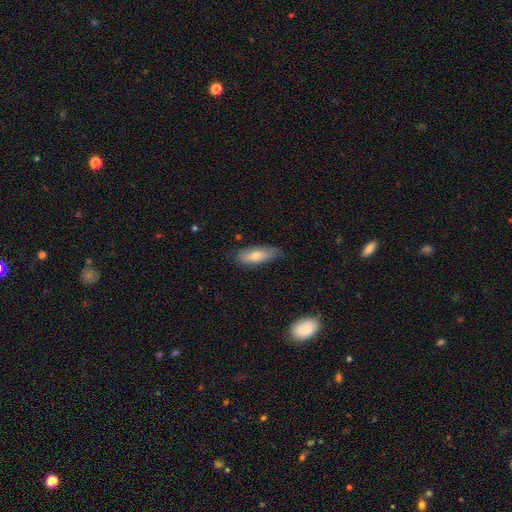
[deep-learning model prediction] smooth_or_featured: smooth (p=0.71) [alt: featured or disk p=0.23]
how_rounded: in between (p=0.64) [alt: cigar-shaped p=0.34]
merging: none (p=0.74) [alt: minor disturbance p=0.21]